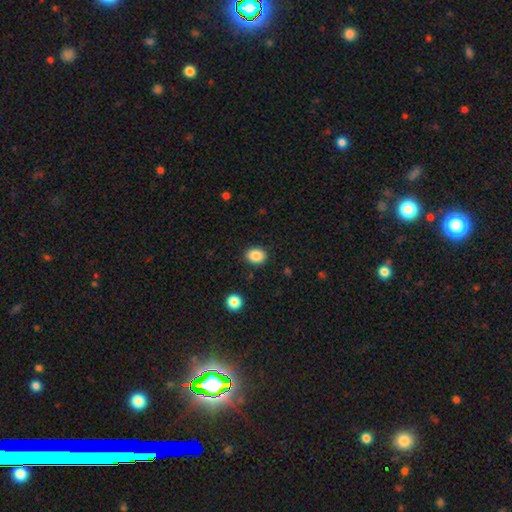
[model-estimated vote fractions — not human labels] Morphology: type=smooth (87%); roundness=round (51%); merging=none (88%).